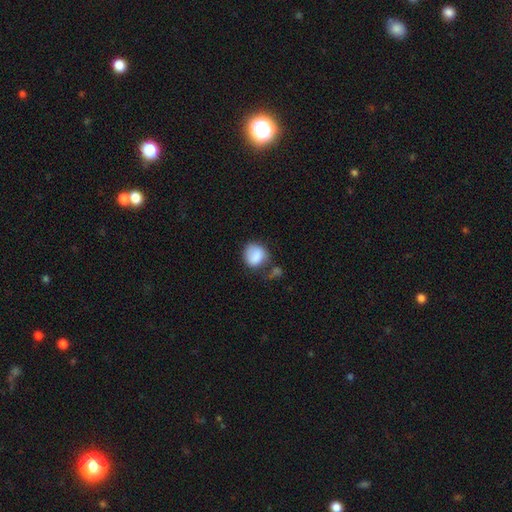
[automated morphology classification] Smooth or featured?
  - smooth: 83% *
  - featured or disk: 10%
  - star or artifact: 7%
How rounded?
  - round: 71% *
  - in between: 28%
  - cigar-shaped: 1%
Merging?
  - none: 45% *
  - minor disturbance: 26%
  - major disturbance: 16%
  - merger: 13%